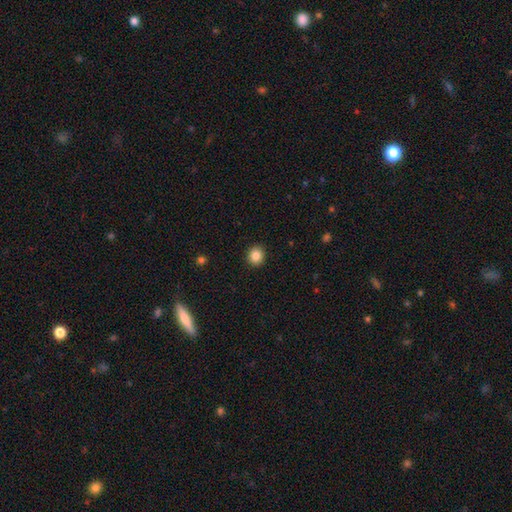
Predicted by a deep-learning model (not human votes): smooth 85%, star or artifact 10%, featured or disk 4%. Down the decision tree: how rounded — round (87%); merging — none (92%).